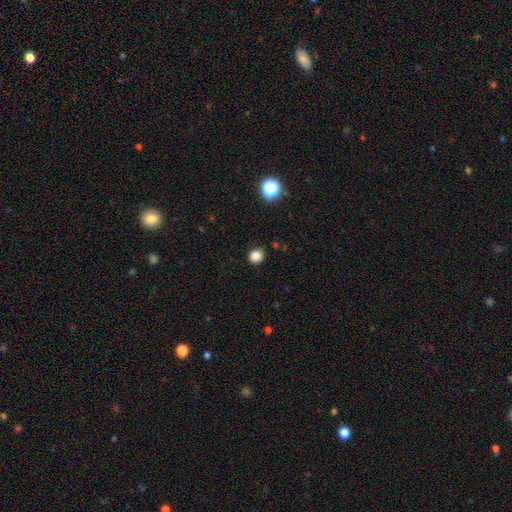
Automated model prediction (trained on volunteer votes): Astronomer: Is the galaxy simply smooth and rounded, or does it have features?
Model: smooth — 84%.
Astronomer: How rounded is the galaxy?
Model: round — 86%.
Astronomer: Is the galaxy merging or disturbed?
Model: none — 89%.